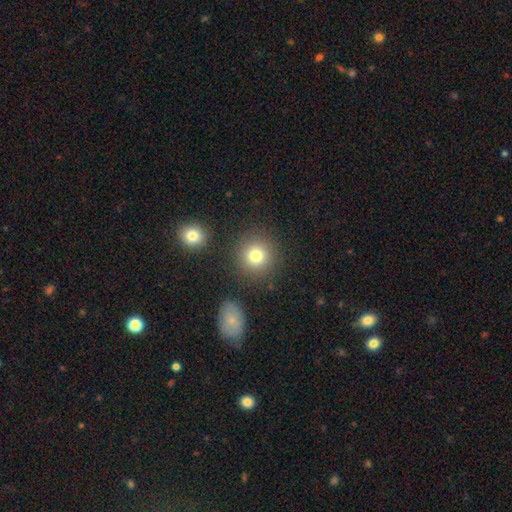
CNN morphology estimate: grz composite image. It shows a smooth galaxy with no disk features (80%) that is round (93%). Merging: none (86%).